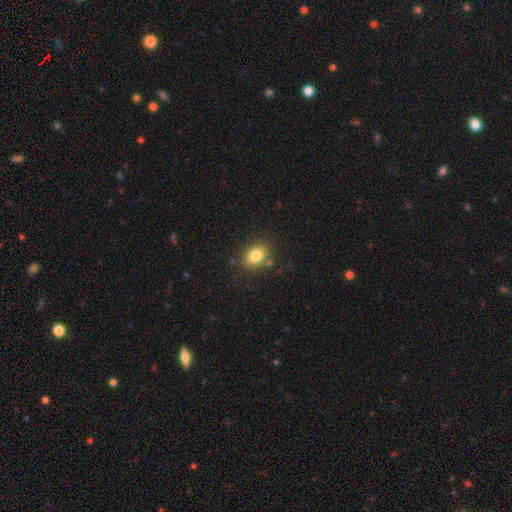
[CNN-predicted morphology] Smooth or featured? Predicted: smooth (p=0.80). How rounded? Predicted: in between (p=0.65). Merging? Predicted: none (p=0.78).